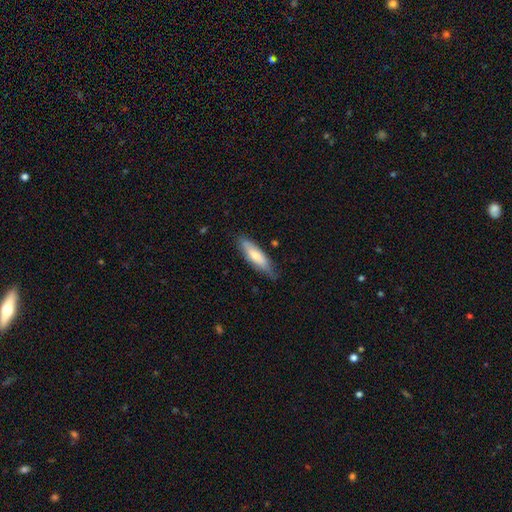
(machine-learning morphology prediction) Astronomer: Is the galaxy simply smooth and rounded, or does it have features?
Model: smooth — 67%.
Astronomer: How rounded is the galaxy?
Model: cigar-shaped — 56% (runner-up: in between, 43%).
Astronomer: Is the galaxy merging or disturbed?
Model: none — 70%.